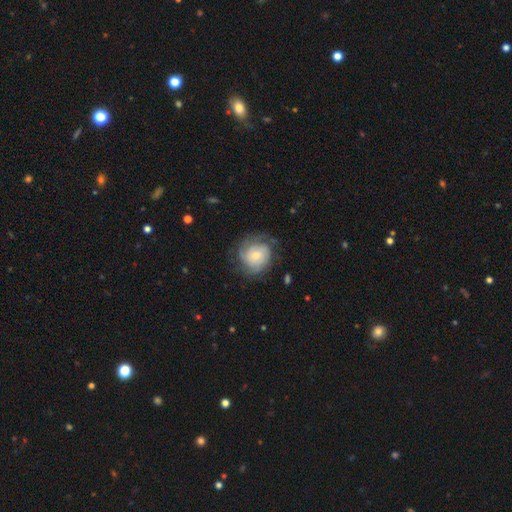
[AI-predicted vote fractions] This is likely a featured or disk galaxy (76%). It is clearly not viewed edge-on (98%). Bar: likely no (68%). Spiral arm pattern: clearly yes (95%). Spiral arm count: marginally can't tell (31%). Spiral winding: likely tight (66%). Central bulge: marginally small (45%). Merging: likely none (70%).